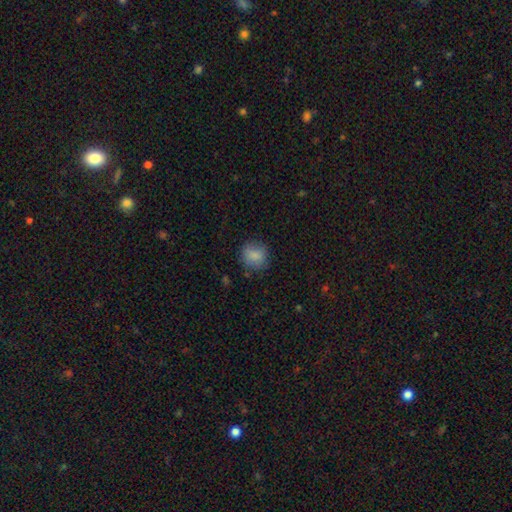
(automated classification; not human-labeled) A smooth galaxy with no disk features (84%) that is round (78%). Merging: none (78%).